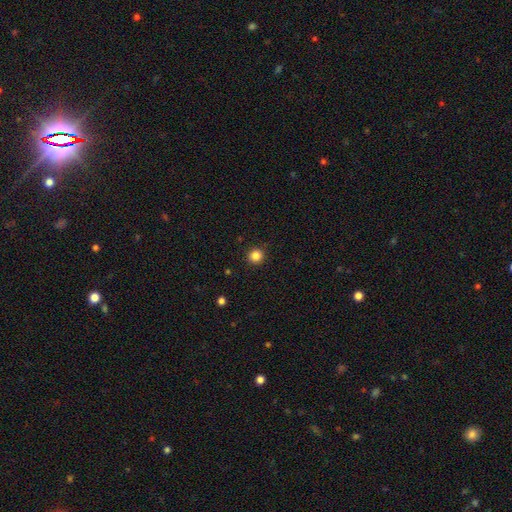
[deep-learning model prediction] Morphology: type=smooth (85%); roundness=round (94%); merging=none (91%).